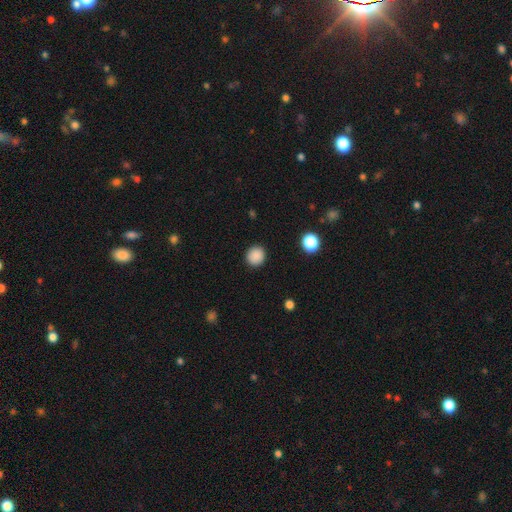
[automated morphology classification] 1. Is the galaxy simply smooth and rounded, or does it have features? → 88% smooth, 10% star or artifact, 3% featured or disk.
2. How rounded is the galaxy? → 89% round, 10% in between, 1% cigar-shaped.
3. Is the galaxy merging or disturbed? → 91% none, 6% minor disturbance, 2% major disturbance, 1% merger.